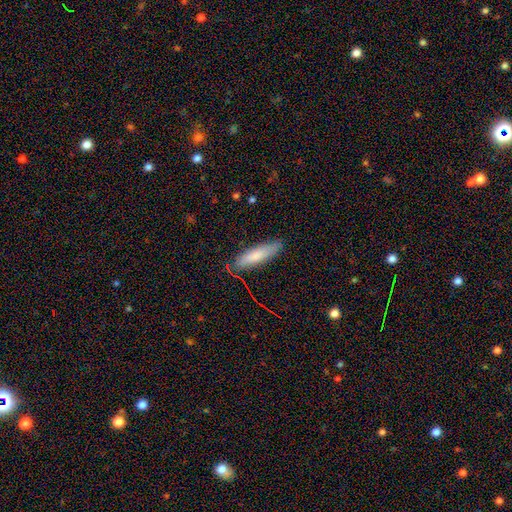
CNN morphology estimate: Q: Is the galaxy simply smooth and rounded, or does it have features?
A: smooth — 76%.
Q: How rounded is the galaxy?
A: cigar-shaped — 71%.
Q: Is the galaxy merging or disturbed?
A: none — 80%.